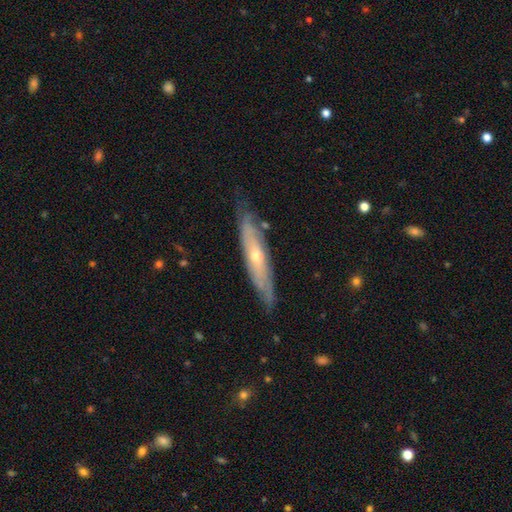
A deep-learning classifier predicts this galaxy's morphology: smooth_or_featured: featured or disk (p=0.68) [alt: smooth p=0.26]
disk_edge_on: yes (p=0.63) [alt: no p=0.37]
merging: none (p=0.77) [alt: minor disturbance p=0.18]